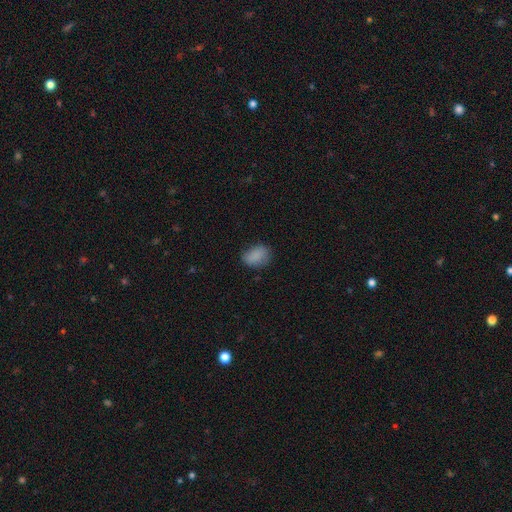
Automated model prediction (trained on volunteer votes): smooth 85%, star or artifact 9%, featured or disk 6%. Down the decision tree: how rounded — in between (78%); merging — none (69%).